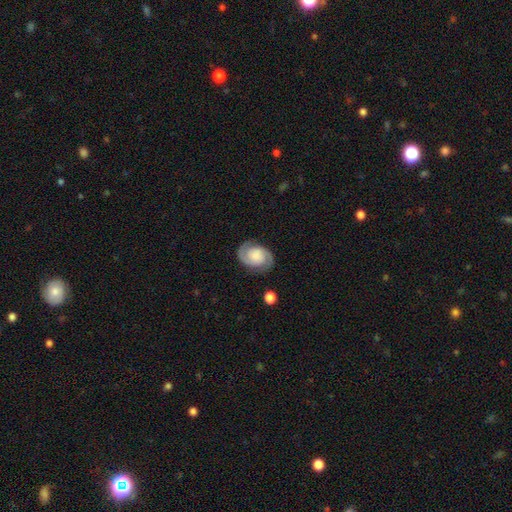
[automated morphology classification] Overall: featured or disk (81%). Edge-on disk: no (98%). Bar: no (68%). Spiral arms: yes (97%). Spiral arm count: 2 (93%). Spiral winding: medium (45%; tight 44%). Bulge size: none (27%; small 24%). Merging: none (83%).